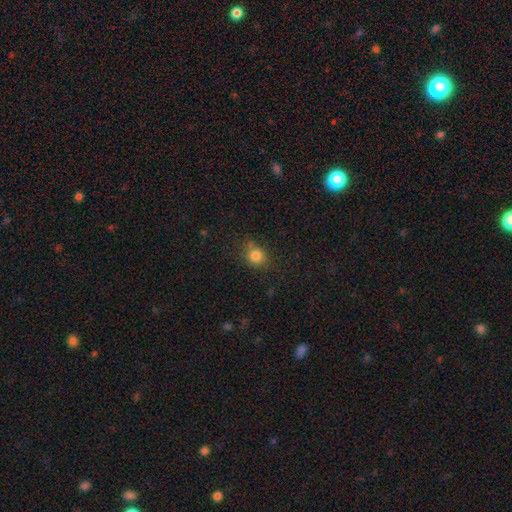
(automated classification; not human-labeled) Smooth or featured: smooth — 82% (star or artifact — 12%)
How rounded: round — 79% (in between — 20%)
Merging: none — 76% (minor disturbance — 15%)